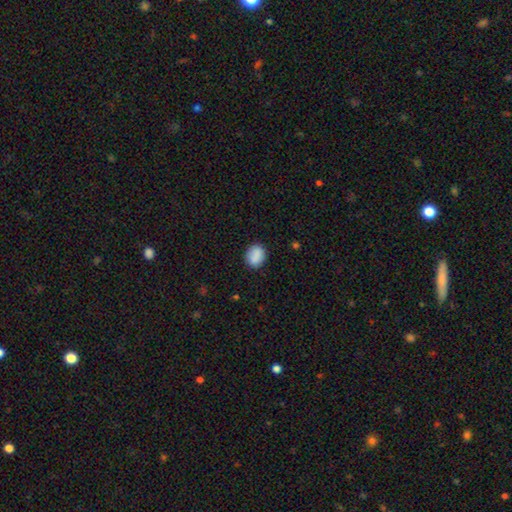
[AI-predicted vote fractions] Smooth or featured?
  - smooth: 88% *
  - star or artifact: 8%
  - featured or disk: 5%
How rounded?
  - round: 53% *
  - in between: 46%
  - cigar-shaped: 1%
Merging?
  - none: 86% *
  - minor disturbance: 10%
  - major disturbance: 3%
  - merger: 1%